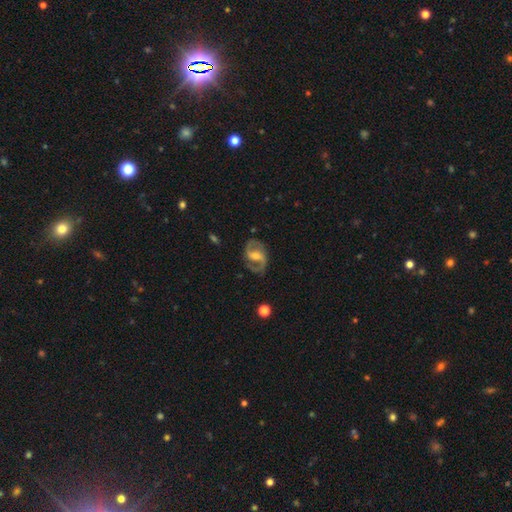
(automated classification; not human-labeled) This appears to be a featured or disk galaxy (86%) with a weak bar (46%), 2 (91%) medium (56%) spiral arms (95%) and a moderate central bulge (56%). Merging: none (78%).